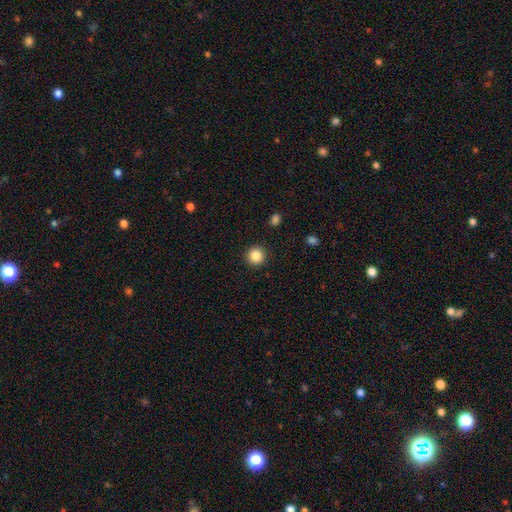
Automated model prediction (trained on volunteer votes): Morphology: type=smooth (87%); roundness=round (95%); merging=none (92%).